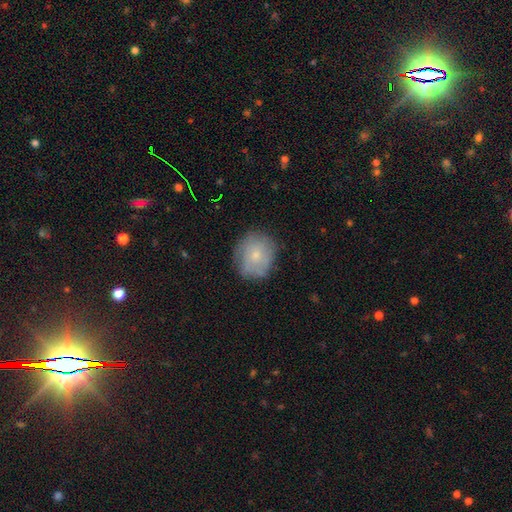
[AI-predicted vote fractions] Smooth or featured?
  - smooth: 64% *
  - featured or disk: 28%
  - star or artifact: 8%
How rounded?
  - round: 73% *
  - in between: 26%
  - cigar-shaped: 1%
Merging?
  - none: 74% *
  - minor disturbance: 19%
  - major disturbance: 6%
  - merger: 1%